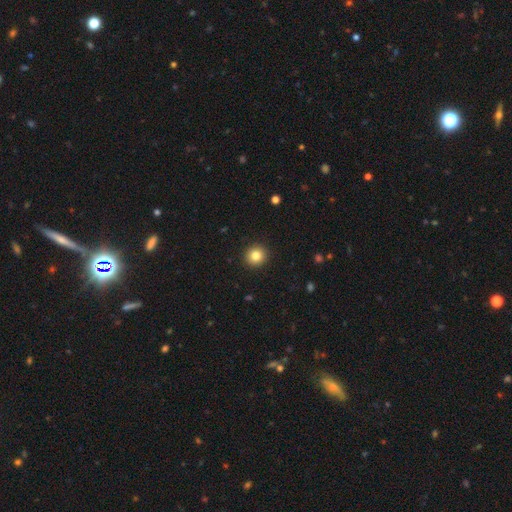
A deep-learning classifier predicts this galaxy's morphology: This is clearly a smooth galaxy (83%). How rounded: clearly round (93%). Merging: clearly none (93%).